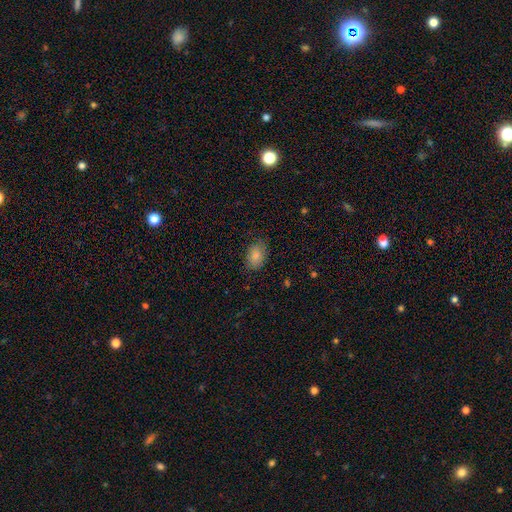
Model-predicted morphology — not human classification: This is clearly a smooth galaxy (85%). How rounded: clearly in between (87%). Merging: likely none (79%).